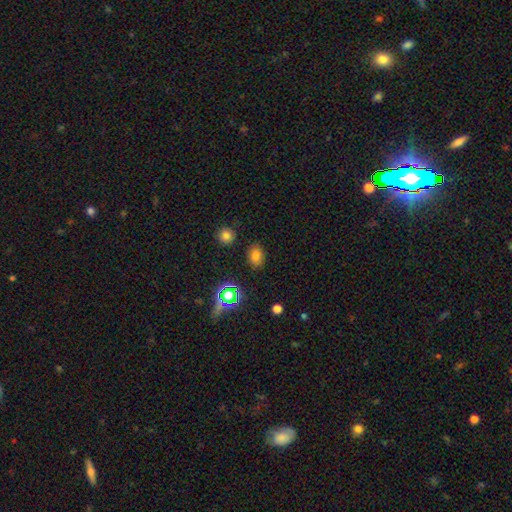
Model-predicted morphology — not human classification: Smooth or featured: smooth — 72% (star or artifact — 20%)
How rounded: in between — 68% (round — 31%)
Merging: none — 85% (minor disturbance — 10%)